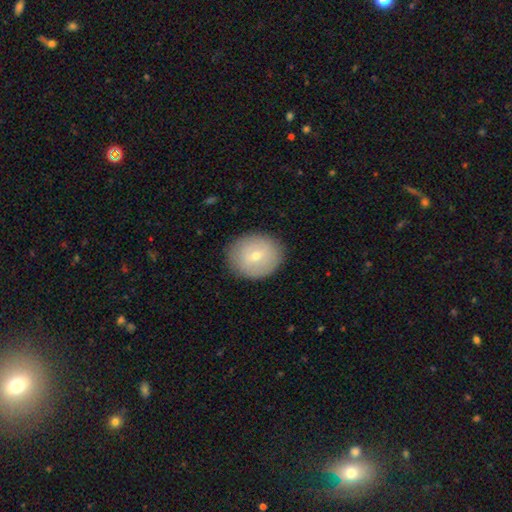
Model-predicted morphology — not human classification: A smooth galaxy with no disk features (62%) that is round (64%).

Vote fractions:
- Smooth or featured? smooth: 62% / featured or disk: 30% / star or artifact: 8%
- How rounded? round: 64% / in between: 35% / cigar-shaped: 1%
- Merging? none: 85% / minor disturbance: 11% / major disturbance: 3% / merger: 1%